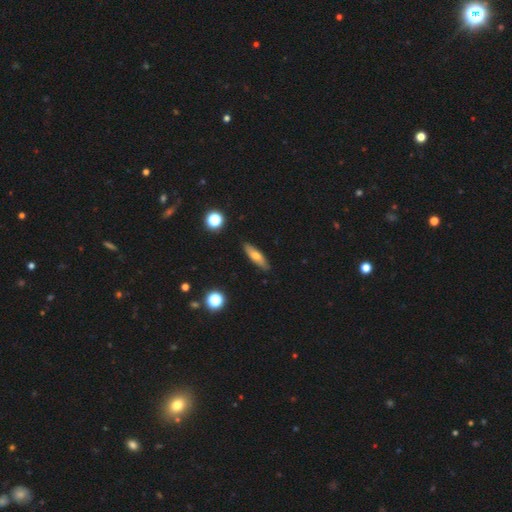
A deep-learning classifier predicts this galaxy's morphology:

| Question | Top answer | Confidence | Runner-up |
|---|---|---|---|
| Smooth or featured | smooth | 61% | featured or disk (31%) |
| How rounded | cigar-shaped | 62% | in between (35%) |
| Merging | none | 88% | minor disturbance (9%) |